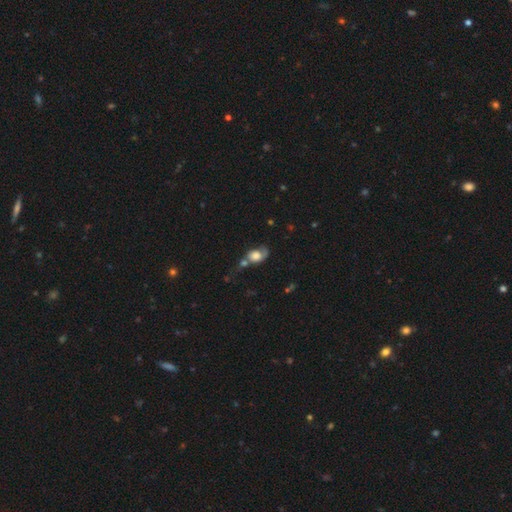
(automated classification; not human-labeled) Smooth or featured? Predicted: smooth (p=0.55). How rounded? Predicted: in between (p=0.61). Merging? Predicted: merger (p=0.28).